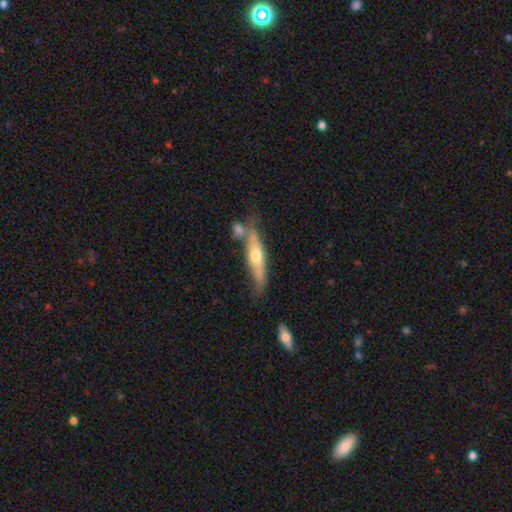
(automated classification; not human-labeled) smooth-or-featured: featured or disk: 59% | smooth: 35% | star or artifact: 6%
  disk-edge-on: yes: 81% | no: 19%
  merging: none: 56% | minor disturbance: 21% | merger: 18% | major disturbance: 6%